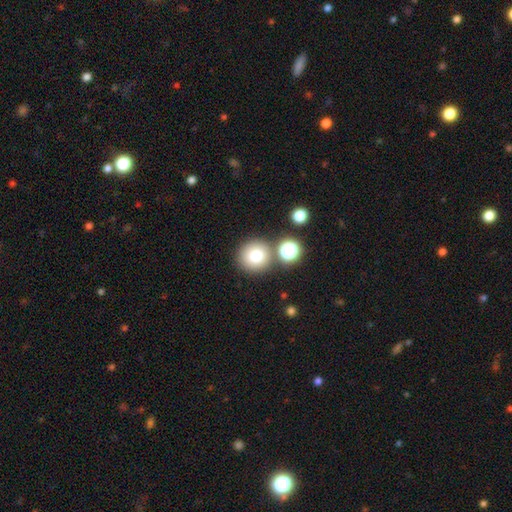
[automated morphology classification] The model was most divided on "merging": none: 76%, merger: 12%, minor disturbance: 8%, major disturbance: 3%. More confident: how rounded — round (93%); smooth or featured — smooth (81%).